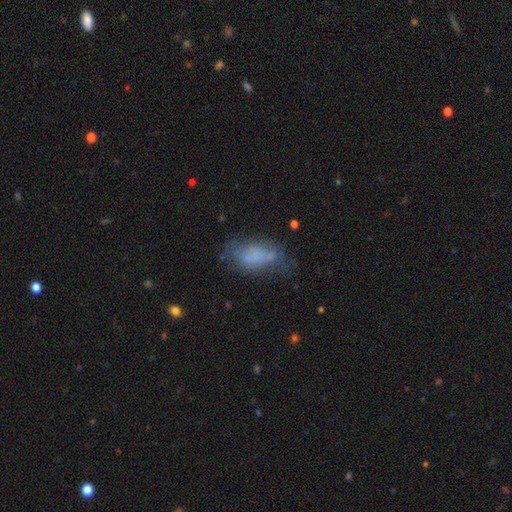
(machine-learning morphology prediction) Smooth or featured?
  - smooth: 60% *
  - featured or disk: 28%
  - star or artifact: 12%
How rounded?
  - in between: 88% *
  - cigar-shaped: 8%
  - round: 5%
Merging?
  - none: 43% *
  - minor disturbance: 27%
  - major disturbance: 21%
  - merger: 9%